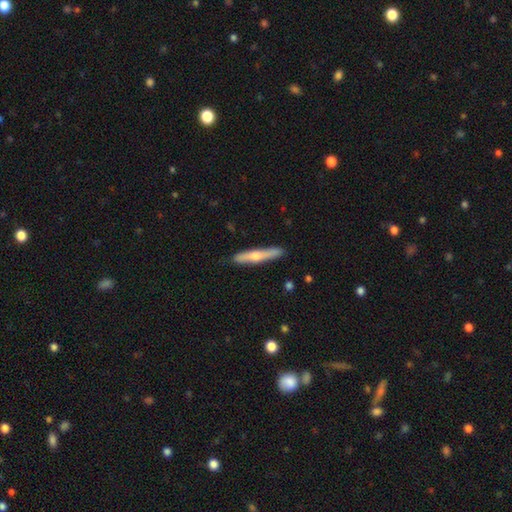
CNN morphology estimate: The model was most divided on "smooth or featured": featured or disk: 49%, smooth: 46%, star or artifact: 5%. More confident: merging — none (87%).